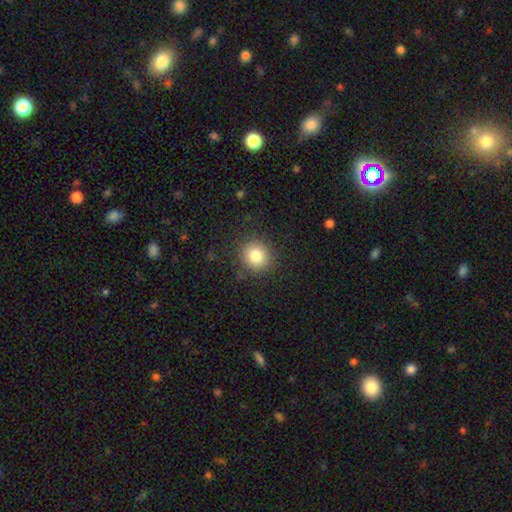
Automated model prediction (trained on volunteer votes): Smooth or featured?
  - smooth: 82% *
  - star or artifact: 11%
  - featured or disk: 7%
How rounded?
  - round: 88% *
  - in between: 11%
  - cigar-shaped: 1%
Merging?
  - none: 88% *
  - minor disturbance: 8%
  - major disturbance: 3%
  - merger: 1%